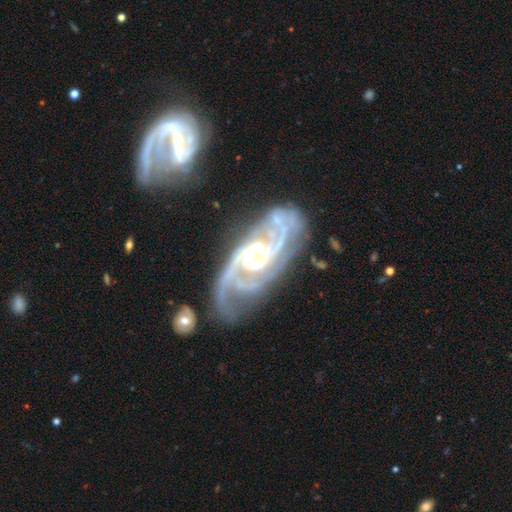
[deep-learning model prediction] Smooth or featured? Predicted: featured or disk (p=0.92). Edge-on disk? Predicted: no (p=0.96). Bar? Predicted: no (p=0.48). Spiral arms? Predicted: yes (p=0.98). Spiral winding? Predicted: medium (p=0.45). Spiral arm count? Predicted: 3 (p=0.32). Bulge size? Predicted: moderate (p=0.60). Merging? Predicted: none (p=0.61).